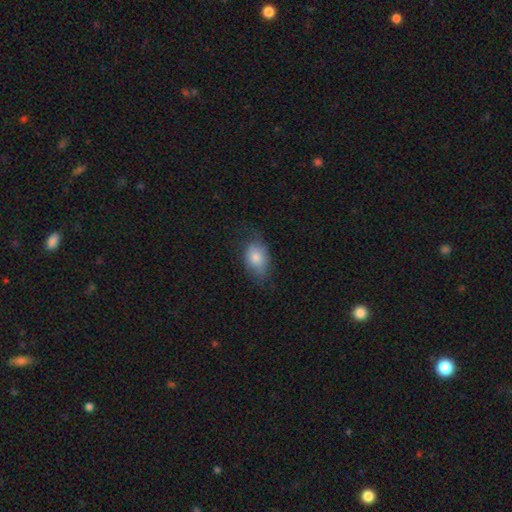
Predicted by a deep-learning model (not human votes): Smooth or featured?
  - smooth: 74% *
  - featured or disk: 17%
  - star or artifact: 9%
How rounded?
  - in between: 82% *
  - round: 16%
  - cigar-shaped: 2%
Merging?
  - none: 62% *
  - minor disturbance: 27%
  - major disturbance: 9%
  - merger: 1%